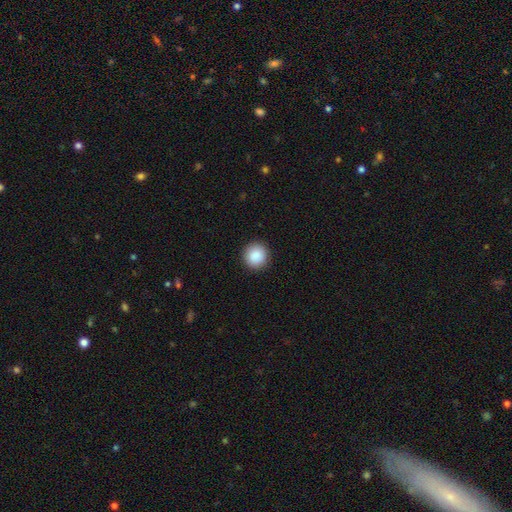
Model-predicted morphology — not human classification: A smooth galaxy with no disk features (89%) that is round (94%).

Vote fractions:
- Smooth or featured? smooth: 89% / star or artifact: 8% / featured or disk: 3%
- How rounded? round: 94% / in between: 5% / cigar-shaped: 1%
- Merging? none: 92% / minor disturbance: 5% / major disturbance: 2% / merger: 1%